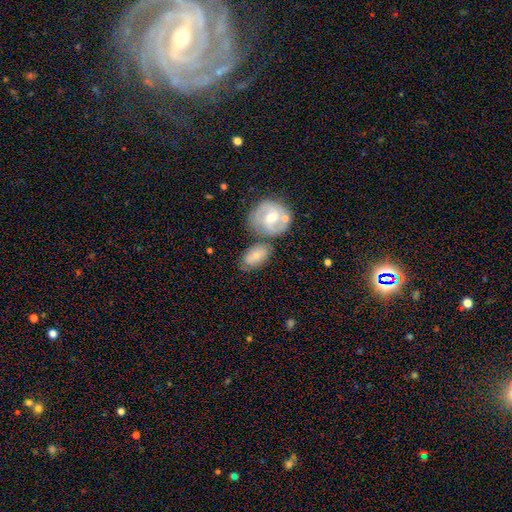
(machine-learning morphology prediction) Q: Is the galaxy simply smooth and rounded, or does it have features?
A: smooth — 61%.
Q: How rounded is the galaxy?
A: in between — 85%.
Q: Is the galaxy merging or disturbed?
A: none — 50%.